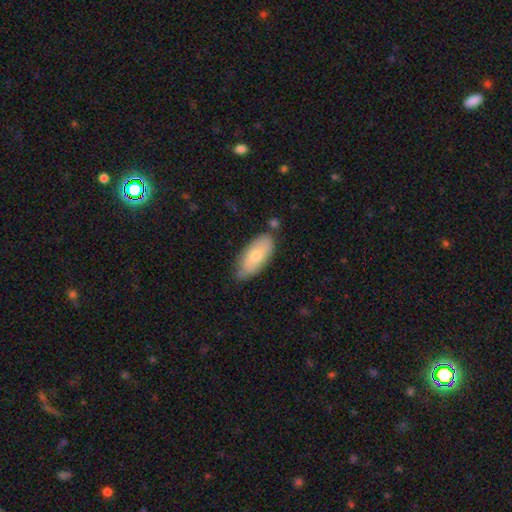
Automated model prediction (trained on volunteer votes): smooth_or_featured: smooth (p=0.70) [alt: featured or disk p=0.25]
how_rounded: in between (p=0.86) [alt: cigar-shaped p=0.12]
merging: none (p=0.71) [alt: minor disturbance p=0.21]